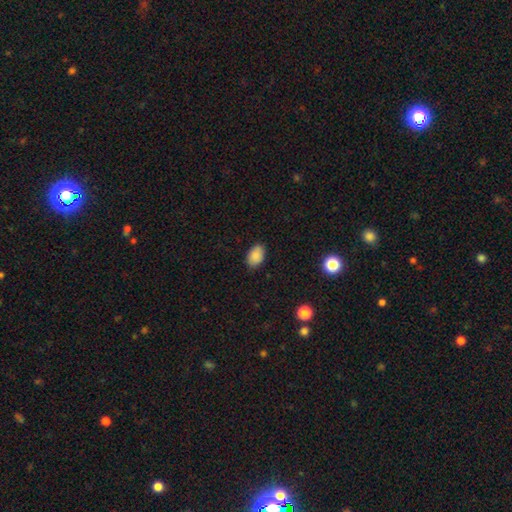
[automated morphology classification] Smooth or featured? smooth (87%)
How rounded? in between (88%)
Merging? none (86%)